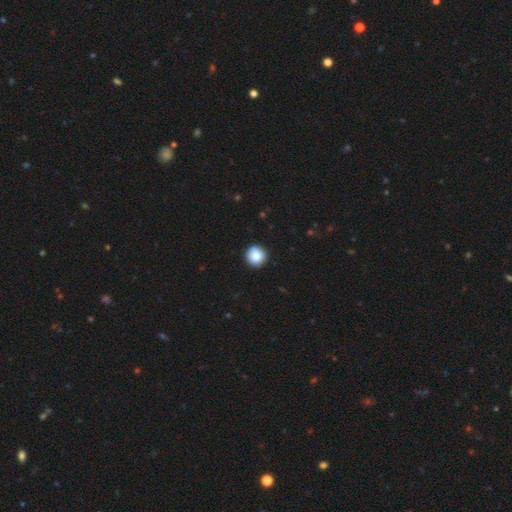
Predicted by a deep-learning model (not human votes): Overall: smooth (83%). How rounded: round (94%). Merging: none (90%).